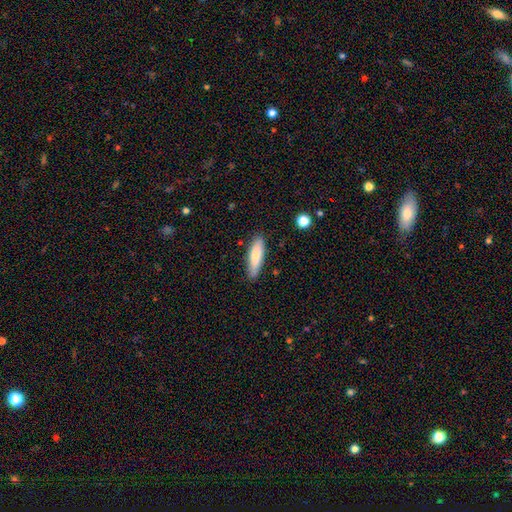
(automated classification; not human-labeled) Smooth or featured?
  - smooth: 78% *
  - featured or disk: 16%
  - star or artifact: 6%
How rounded?
  - cigar-shaped: 63% *
  - in between: 36%
  - round: 2%
Merging?
  - none: 85% *
  - minor disturbance: 11%
  - major disturbance: 2%
  - merger: 2%